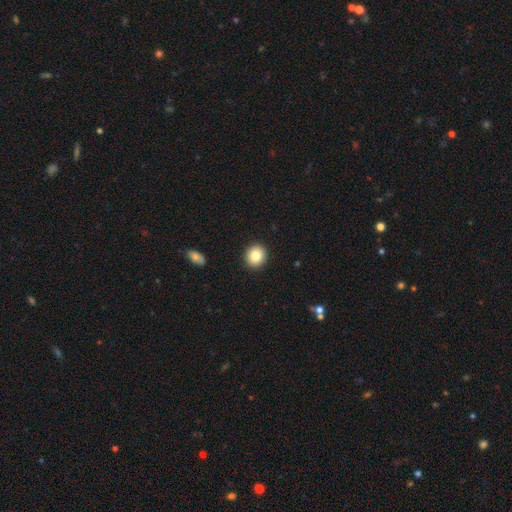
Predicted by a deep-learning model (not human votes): smooth 83%, star or artifact 9%, featured or disk 8%. Down the decision tree: how rounded — round (84%); merging — none (92%).